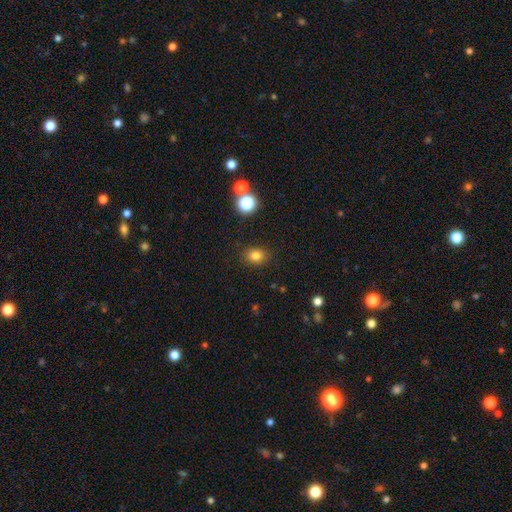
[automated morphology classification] A smooth galaxy with no disk features (80%) that is in between round and cigar-shaped (51%).

Vote fractions:
- Smooth or featured? smooth: 80% / star or artifact: 14% / featured or disk: 6%
- How rounded? in between: 51% / round: 48% / cigar-shaped: 1%
- Merging? none: 86% / minor disturbance: 9% / major disturbance: 3% / merger: 2%